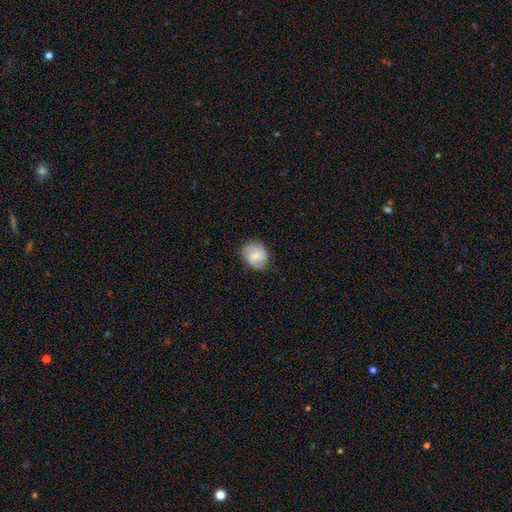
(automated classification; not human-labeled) Smooth or featured? smooth (48%)
Merging? none (76%)